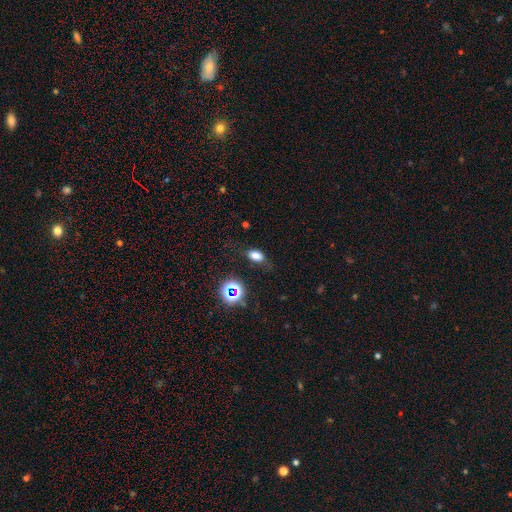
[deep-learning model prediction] The model was most divided on "merging": none: 71%, minor disturbance: 19%, major disturbance: 8%, merger: 2%. More confident: how rounded — in between (84%); smooth or featured — smooth (71%).